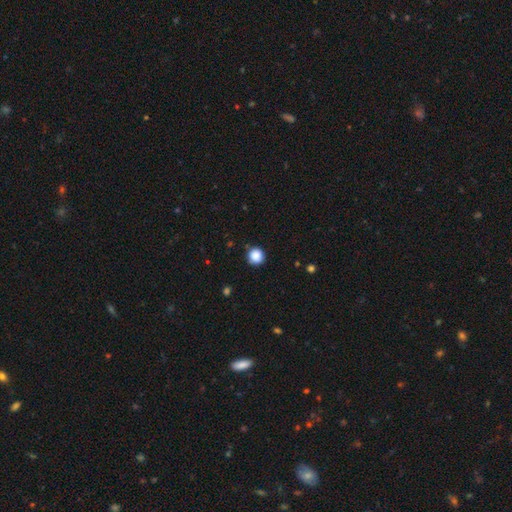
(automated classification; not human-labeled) Overall: smooth (87%). How rounded: round (95%). Merging: none (89%).